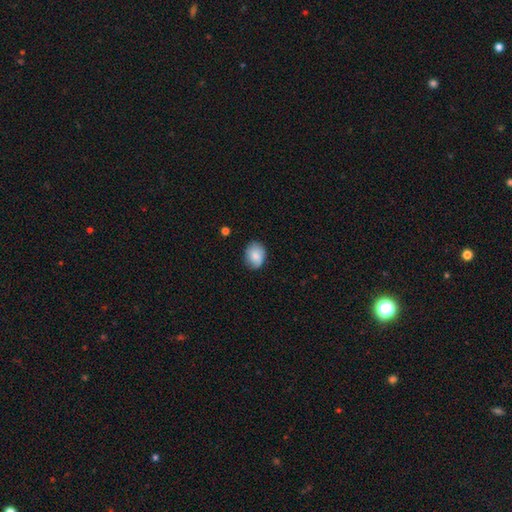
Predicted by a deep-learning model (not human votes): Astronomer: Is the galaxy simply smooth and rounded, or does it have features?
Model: smooth — 82%.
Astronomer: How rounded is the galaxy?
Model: in between — 56% (runner-up: round, 43%).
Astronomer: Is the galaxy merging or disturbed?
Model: none — 74%.